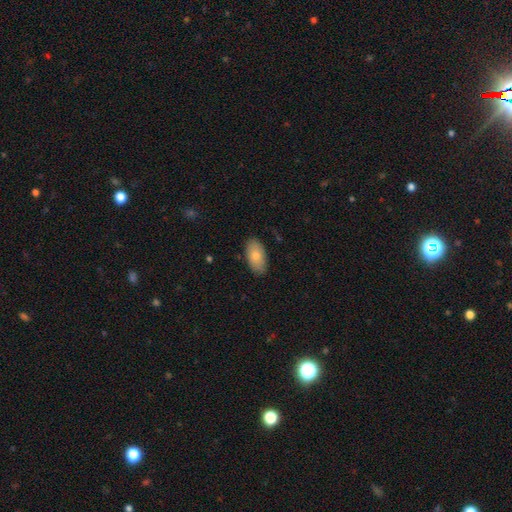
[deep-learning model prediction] This appears to be a smooth galaxy with no disk features (81%) that is in between round and cigar-shaped (94%). Merging: none (86%).